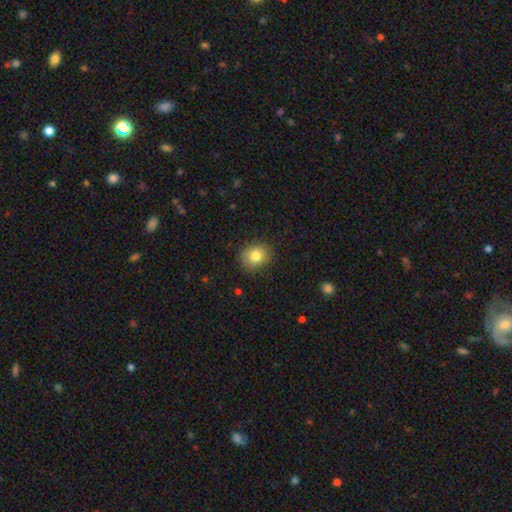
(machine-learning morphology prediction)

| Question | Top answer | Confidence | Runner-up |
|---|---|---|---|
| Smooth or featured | smooth | 82% | star or artifact (9%) |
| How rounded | round | 64% | in between (35%) |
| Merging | none | 85% | minor disturbance (11%) |